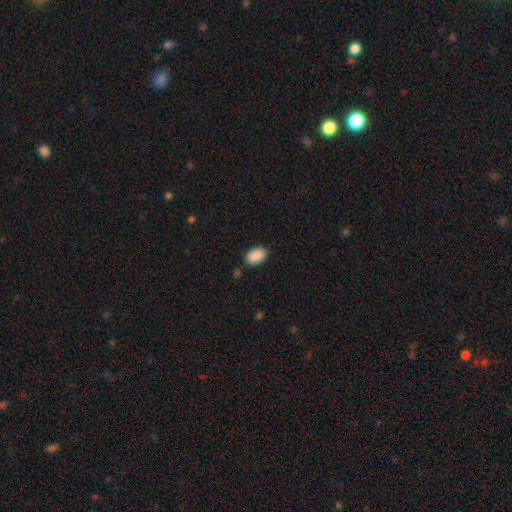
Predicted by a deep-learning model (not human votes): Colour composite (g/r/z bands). It shows a smooth galaxy with no disk features (90%) that is in between round and cigar-shaped (92%). Merging: none (84%).